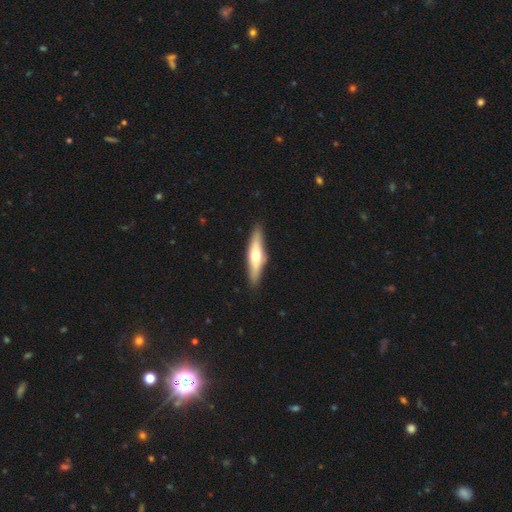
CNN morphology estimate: This is possibly a featured or disk galaxy (51%). It is clearly viewed edge-on (89%). Merging: clearly none (88%).